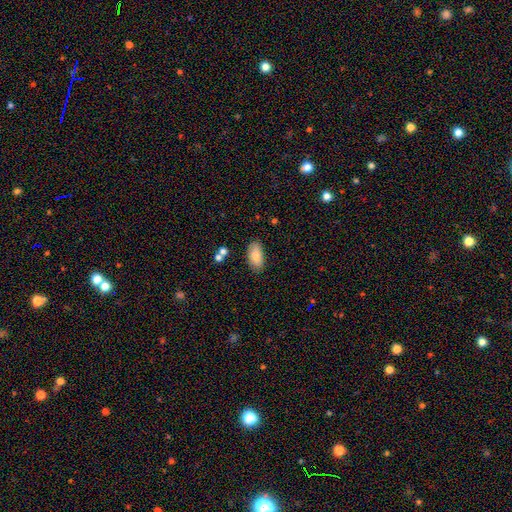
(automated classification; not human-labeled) Smooth or featured: smooth — 85% (featured or disk — 8%)
How rounded: in between — 92% (cigar-shaped — 5%)
Merging: none — 81% (minor disturbance — 13%)